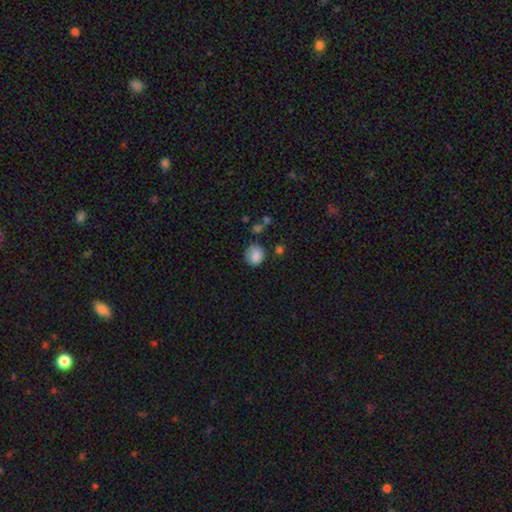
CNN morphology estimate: Q: Smooth or featured?
A: smooth (84%); runner-up: star or artifact (9%)
Q: How rounded?
A: round (75%); runner-up: in between (24%)
Q: Merging?
A: none (66%); runner-up: minor disturbance (23%)